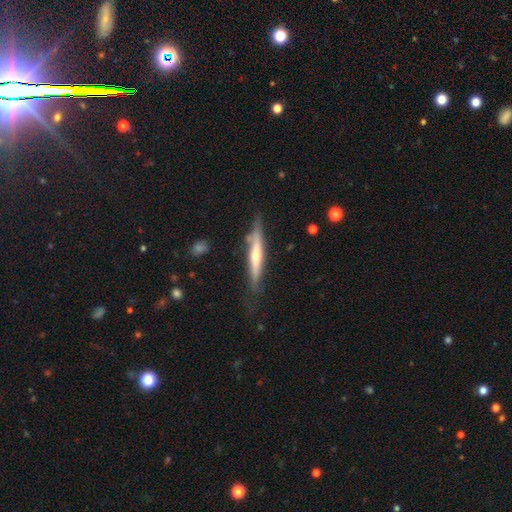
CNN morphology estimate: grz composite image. It shows a featured or disk galaxy (64%) viewed edge-on (90%) with a rounded central bulge (66%). Merging: none (68%).